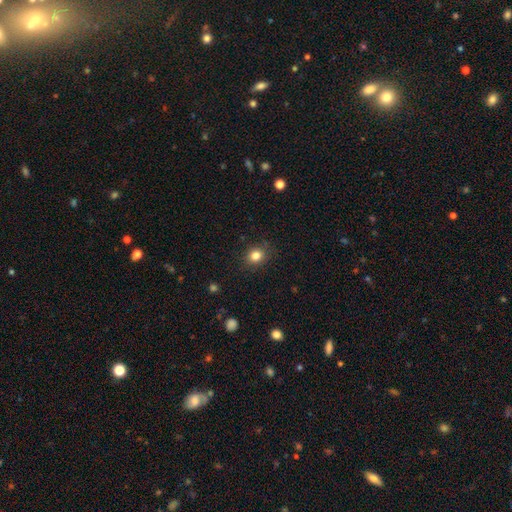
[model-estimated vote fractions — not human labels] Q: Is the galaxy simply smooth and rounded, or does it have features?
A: smooth — 83%.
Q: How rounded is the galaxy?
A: round — 74%.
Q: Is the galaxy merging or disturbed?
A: none — 85%.